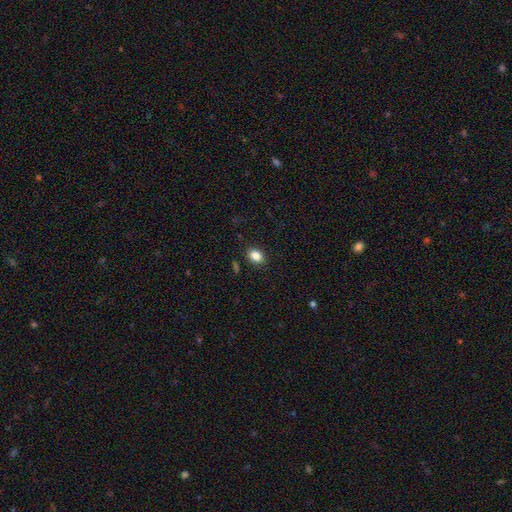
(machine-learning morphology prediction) smooth-or-featured: smooth: 85% | star or artifact: 10% | featured or disk: 6%
  how-rounded: in between: 75% | round: 24% | cigar-shaped: 1%
  merging: none: 86% | minor disturbance: 10% | major disturbance: 2% | merger: 1%